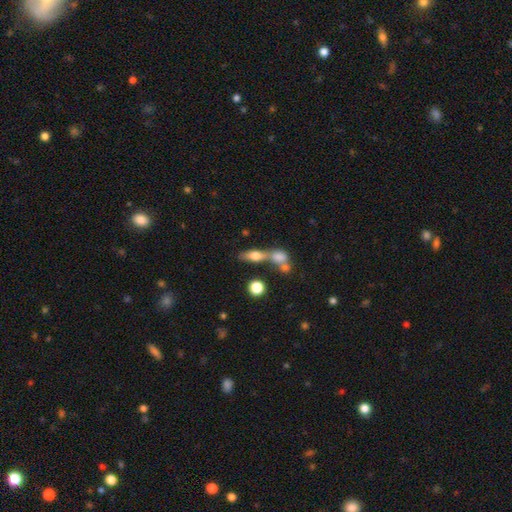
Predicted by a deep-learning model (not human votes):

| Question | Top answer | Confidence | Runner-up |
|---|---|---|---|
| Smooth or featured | smooth | 60% | featured or disk (29%) |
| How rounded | in between | 55% | cigar-shaped (34%) |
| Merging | none | 43% | merger (41%) |